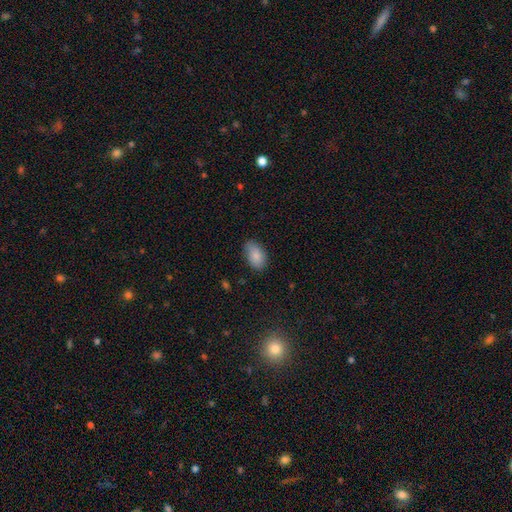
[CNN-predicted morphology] Smooth or featured: smooth — 86% (star or artifact — 7%)
How rounded: in between — 92% (round — 6%)
Merging: none — 79% (minor disturbance — 16%)